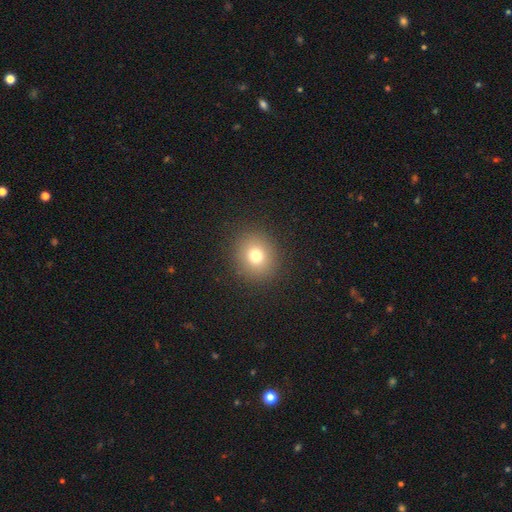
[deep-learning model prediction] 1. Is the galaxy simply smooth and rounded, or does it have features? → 75% smooth, 14% star or artifact, 11% featured or disk.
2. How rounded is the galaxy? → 82% round, 17% in between, 1% cigar-shaped.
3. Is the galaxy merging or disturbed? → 90% none, 6% minor disturbance, 3% major disturbance, 1% merger.